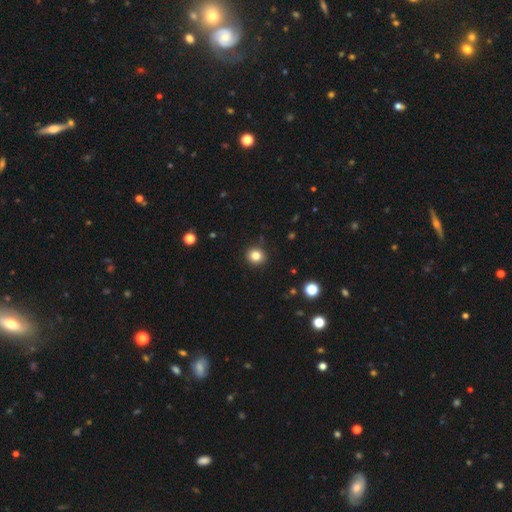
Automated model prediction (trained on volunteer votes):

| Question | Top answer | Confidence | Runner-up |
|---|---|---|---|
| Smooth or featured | smooth | 82% | star or artifact (12%) |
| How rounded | round | 85% | in between (14%) |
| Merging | none | 90% | minor disturbance (7%) |